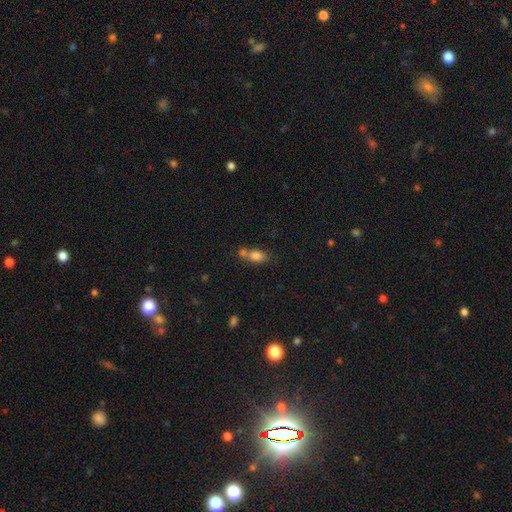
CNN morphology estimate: Smooth or featured: smooth — 79% (featured or disk — 12%)
How rounded: in between — 79% (round — 15%)
Merging: merger — 46% (none — 37%)